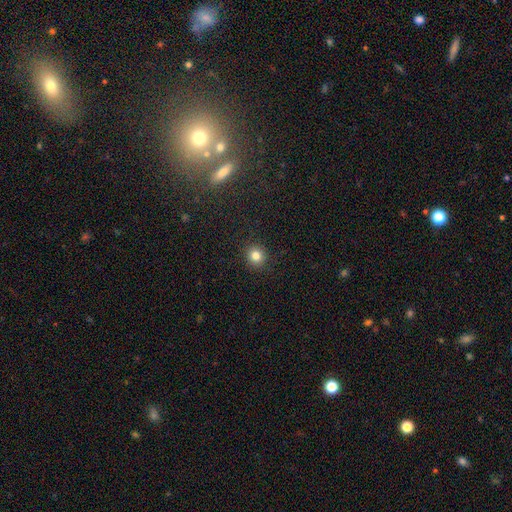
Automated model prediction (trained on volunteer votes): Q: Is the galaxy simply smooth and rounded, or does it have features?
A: smooth — 81%.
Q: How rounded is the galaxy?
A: round — 91%.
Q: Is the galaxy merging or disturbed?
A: none — 92%.